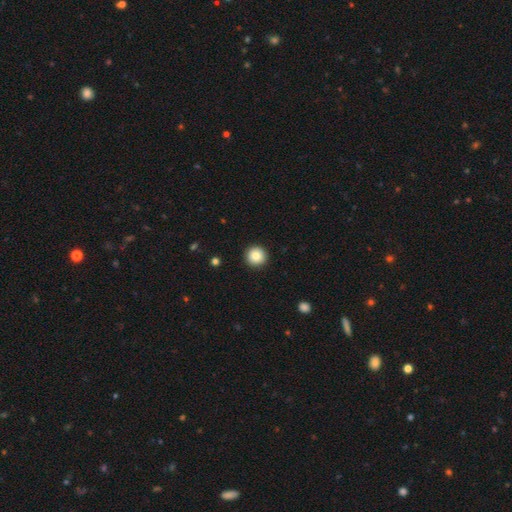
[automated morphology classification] A smooth galaxy with no disk features (85%) that is round (96%).

Vote fractions:
- Smooth or featured? smooth: 85% / star or artifact: 9% / featured or disk: 7%
- How rounded? round: 96% / in between: 3% / cigar-shaped: 1%
- Merging? none: 93% / minor disturbance: 5% / major disturbance: 2% / merger: 1%